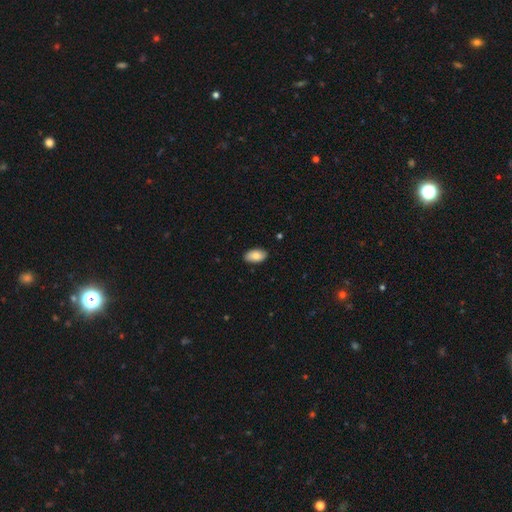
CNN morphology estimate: smooth_or_featured: smooth (p=0.83) [alt: featured or disk p=0.10]
how_rounded: in between (p=0.95) [alt: round p=0.03]
merging: none (p=0.88) [alt: minor disturbance p=0.10]